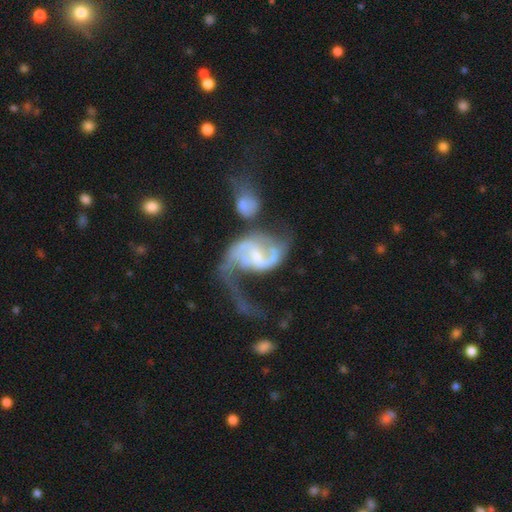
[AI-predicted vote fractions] smooth-or-featured: featured or disk: 89% | smooth: 6% | star or artifact: 5%
  disk-edge-on: no: 98% | yes: 2%
    bar: weak: 52% | strong: 25% | no: 22%
    has-spiral-arms: yes: 95% | no: 5%
      spiral-winding: loose: 55% | medium: 34% | tight: 10%
      spiral-arm-count: 2: 82% | 1: 9% | can't tell: 5% | 3: 2% | 4: 1% | more than 4: 1%
    bulge-size: small: 48% | moderate: 34% | none: 12% | large: 4% | dominant: 1%
  merging: major disturbance: 38% | merger: 30% | none: 20% | minor disturbance: 12%